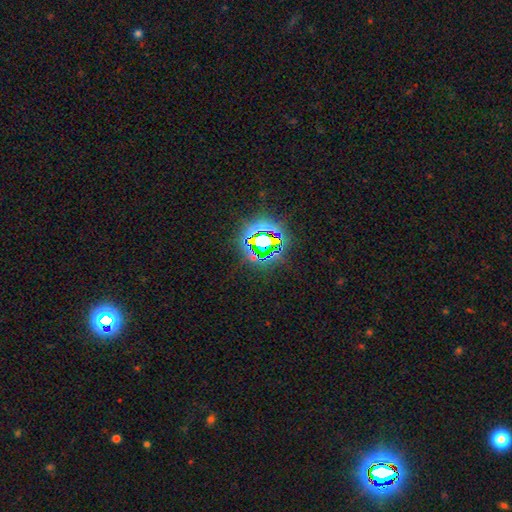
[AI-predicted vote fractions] Overall: star or artifact (79%).